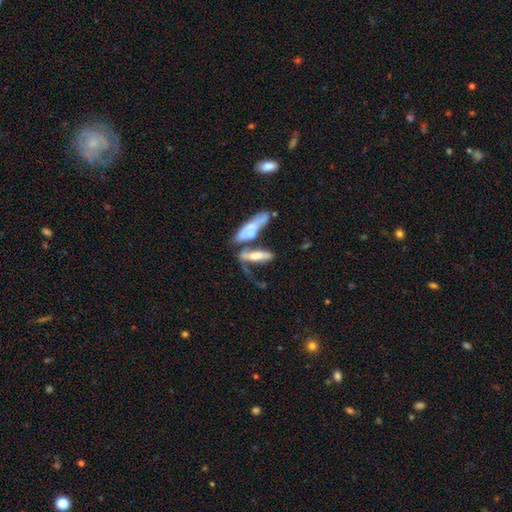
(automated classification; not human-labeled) This appears to be a featured or disk galaxy (47%). Merging: merger (45%).